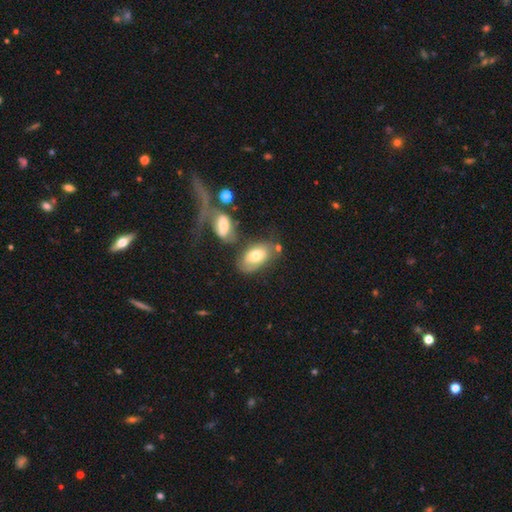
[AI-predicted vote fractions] This is possibly a smooth galaxy (58%). How rounded: clearly in between (90%). Merging: marginally none (44%).